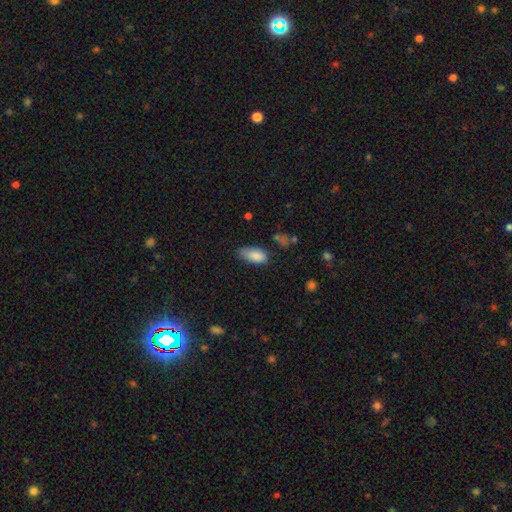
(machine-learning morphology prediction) Q: Smooth or featured?
A: smooth (86%); runner-up: star or artifact (7%)
Q: How rounded?
A: in between (90%); runner-up: cigar-shaped (7%)
Q: Merging?
A: none (57%); runner-up: minor disturbance (33%)